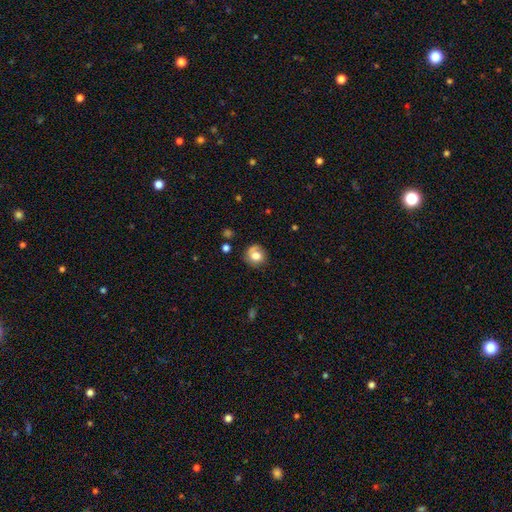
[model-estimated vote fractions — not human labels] Q: Smooth or featured?
A: smooth (68%); runner-up: featured or disk (23%)
Q: How rounded?
A: round (85%); runner-up: in between (15%)
Q: Merging?
A: none (67%); runner-up: minor disturbance (21%)